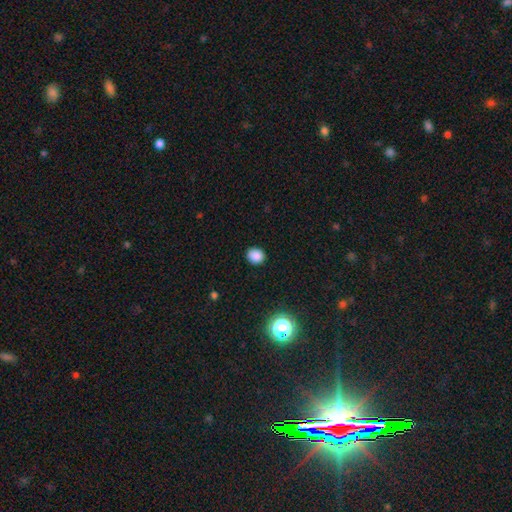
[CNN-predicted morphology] smooth_or_featured: smooth (p=0.85) [alt: star or artifact p=0.12]
how_rounded: round (p=0.70) [alt: in between p=0.30]
merging: none (p=0.89) [alt: minor disturbance p=0.08]